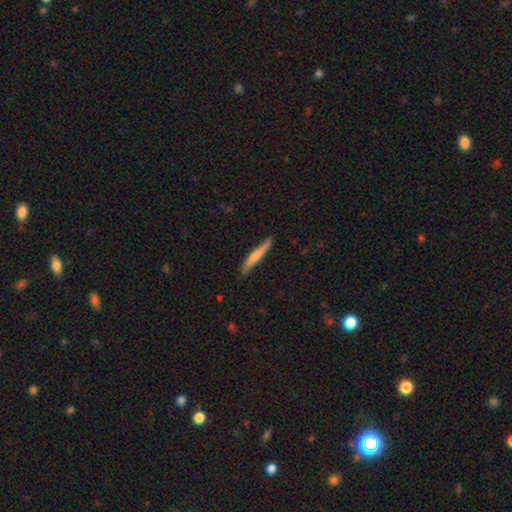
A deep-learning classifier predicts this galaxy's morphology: A smooth galaxy with no disk features (61%) that is cigar-shaped (95%).

Vote fractions:
- Smooth or featured? smooth: 61% / featured or disk: 34% / star or artifact: 5%
- How rounded? cigar-shaped: 95% / in between: 4% / round: 1%
- Merging? none: 81% / minor disturbance: 15% / major disturbance: 2% / merger: 2%